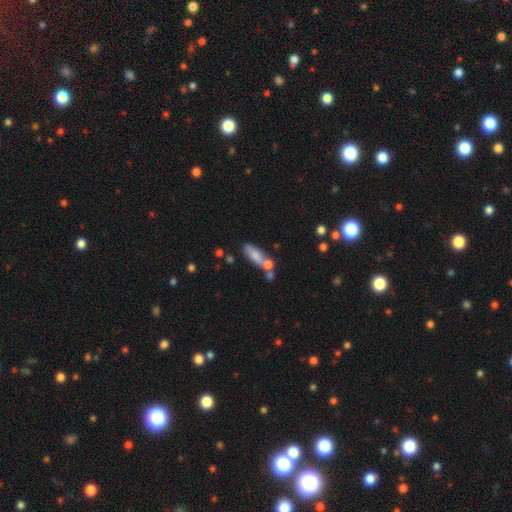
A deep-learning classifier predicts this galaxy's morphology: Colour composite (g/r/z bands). It shows a smooth galaxy with no disk features (67%) that is in between round and cigar-shaped (52%). Merging: none (39%).